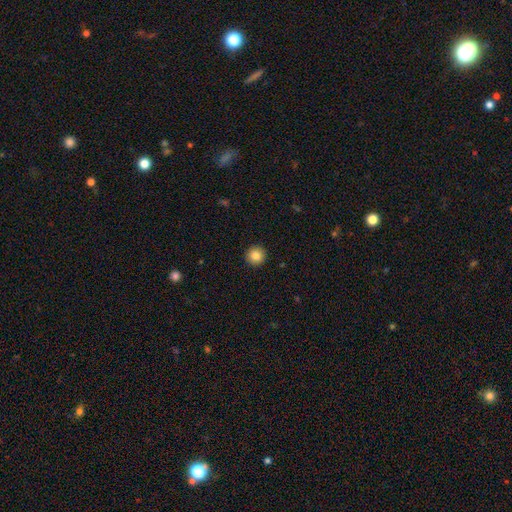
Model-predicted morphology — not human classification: Q: Smooth or featured?
A: smooth (85%); runner-up: star or artifact (9%)
Q: How rounded?
A: round (95%); runner-up: in between (4%)
Q: Merging?
A: none (93%); runner-up: minor disturbance (4%)